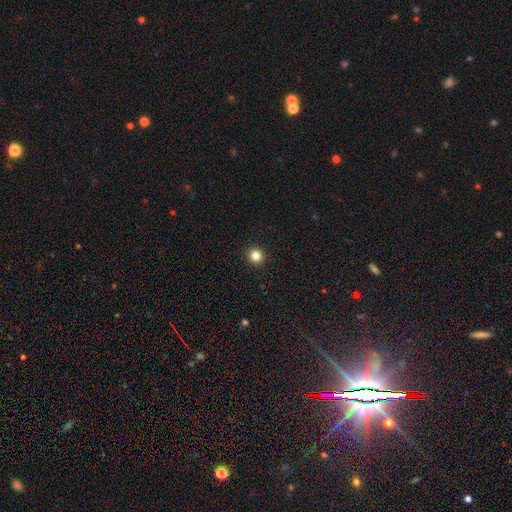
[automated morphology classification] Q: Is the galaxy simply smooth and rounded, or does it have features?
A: smooth — 83%.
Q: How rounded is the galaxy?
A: round — 93%.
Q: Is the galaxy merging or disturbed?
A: none — 93%.